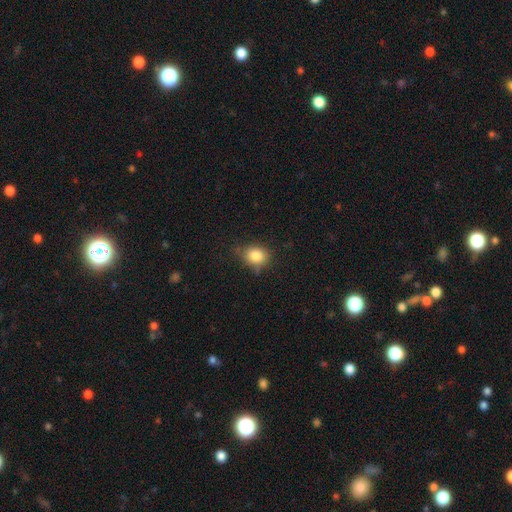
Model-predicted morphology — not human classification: smooth 84%, star or artifact 10%, featured or disk 7%. Down the decision tree: how rounded — round (52%); merging — none (67%).